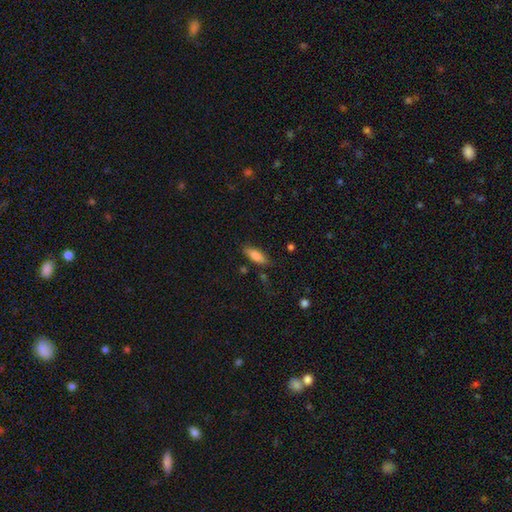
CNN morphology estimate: Q: Smooth or featured?
A: smooth (81%); runner-up: featured or disk (11%)
Q: How rounded?
A: in between (64%); runner-up: cigar-shaped (34%)
Q: Merging?
A: none (78%); runner-up: minor disturbance (15%)